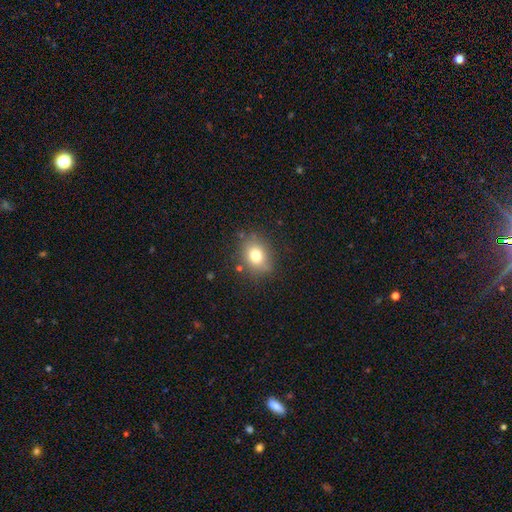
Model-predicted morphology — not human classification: smooth-or-featured: smooth: 76% | star or artifact: 12% | featured or disk: 12%
  how-rounded: round: 56% | in between: 43% | cigar-shaped: 1%
  merging: none: 81% | minor disturbance: 13% | major disturbance: 4% | merger: 2%